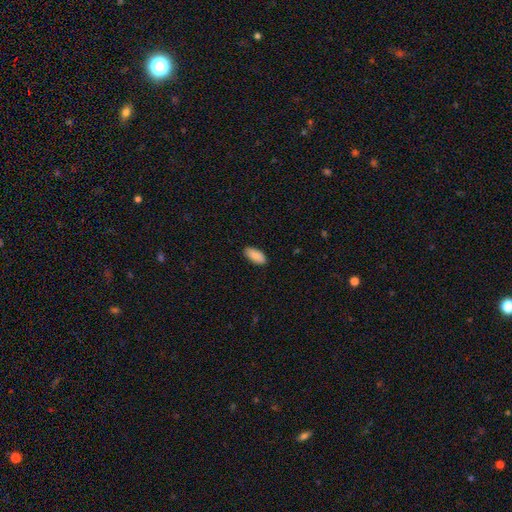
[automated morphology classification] Smooth or featured? Predicted: smooth (p=0.90). How rounded? Predicted: in between (p=0.91). Merging? Predicted: none (p=0.89).